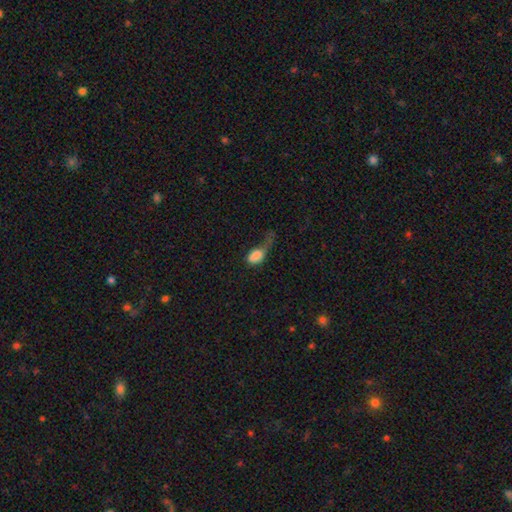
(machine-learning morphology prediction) Q: Smooth or featured?
A: smooth (78%); runner-up: featured or disk (13%)
Q: How rounded?
A: in between (87%); runner-up: round (10%)
Q: Merging?
A: major disturbance (59%); runner-up: minor disturbance (19%)